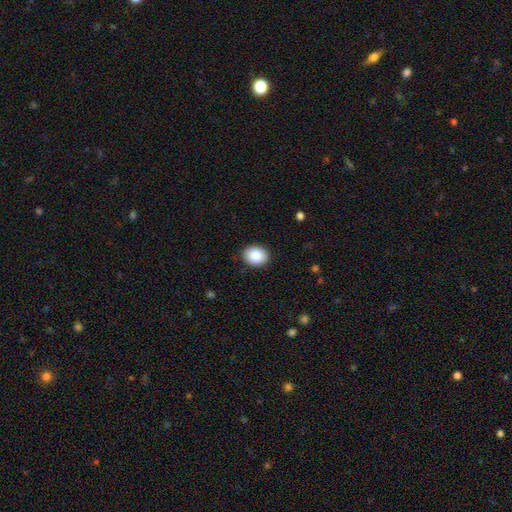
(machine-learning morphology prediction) Smooth or featured: smooth — 86% (star or artifact — 8%)
How rounded: in between — 54% (round — 45%)
Merging: none — 90% (minor disturbance — 7%)